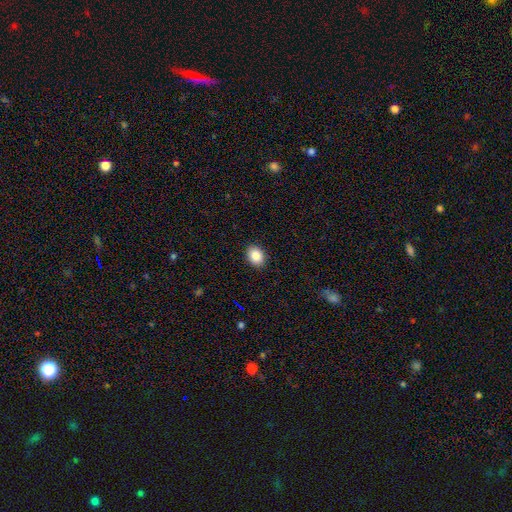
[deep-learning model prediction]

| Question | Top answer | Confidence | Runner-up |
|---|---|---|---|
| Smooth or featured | smooth | 87% | star or artifact (8%) |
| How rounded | in between | 60% | round (39%) |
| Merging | none | 90% | minor disturbance (7%) |